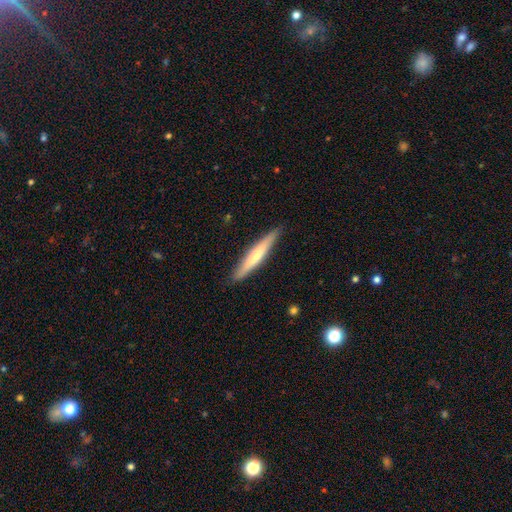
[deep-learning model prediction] Q: Smooth or featured?
A: smooth (56%); runner-up: featured or disk (40%)
Q: How rounded?
A: cigar-shaped (93%); runner-up: in between (5%)
Q: Merging?
A: none (89%); runner-up: minor disturbance (8%)